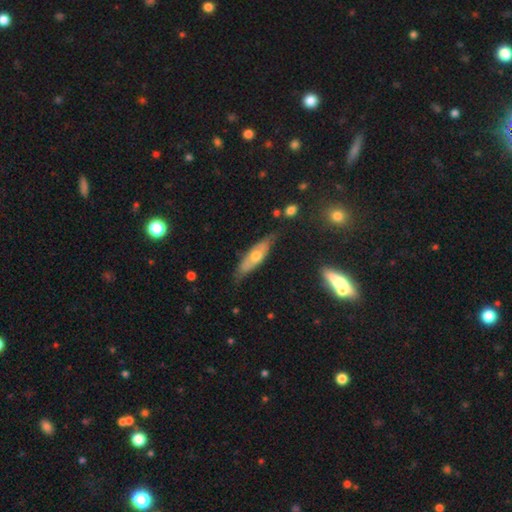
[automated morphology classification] Smooth or featured? featured or disk (52%)
Edge-on disk? yes (54%)
Merging? none (68%)